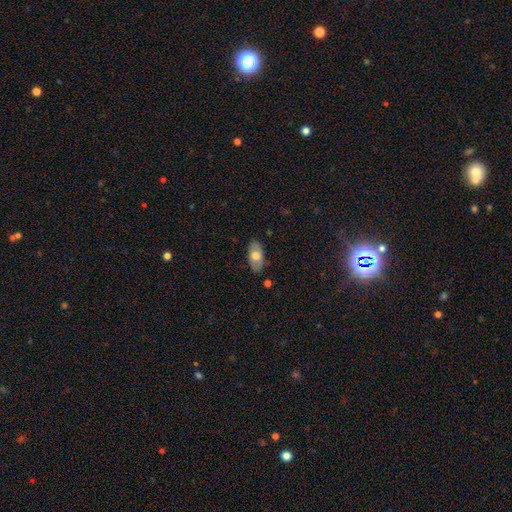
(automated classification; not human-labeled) Smooth or featured? smooth (65%)
How rounded? in between (93%)
Merging? none (83%)